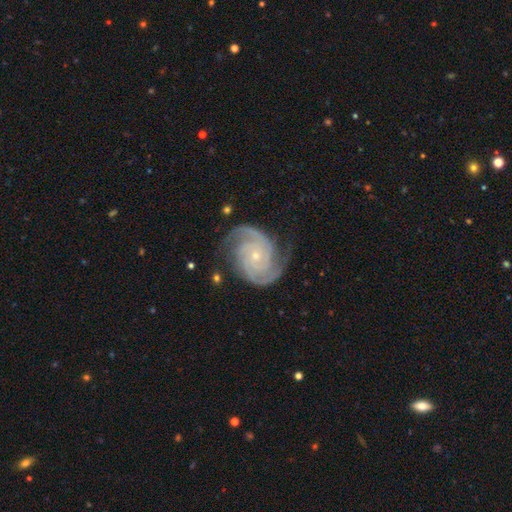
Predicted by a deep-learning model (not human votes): smooth_or_featured: featured or disk (p=0.92) [alt: star or artifact p=0.05]
disk_edge_on: no (p=0.98) [alt: yes p=0.02]
bar: no (p=0.76) [alt: weak p=0.17]
has_spiral_arms: yes (p=0.99) [alt: no p=0.01]
spiral_winding: tight (p=0.67) [alt: medium p=0.29]
spiral_arm_count: 2 (p=0.62) [alt: 3 p=0.20]
bulge_size: small (p=0.80) [alt: moderate p=0.17]
merging: none (p=0.77) [alt: minor disturbance p=0.16]